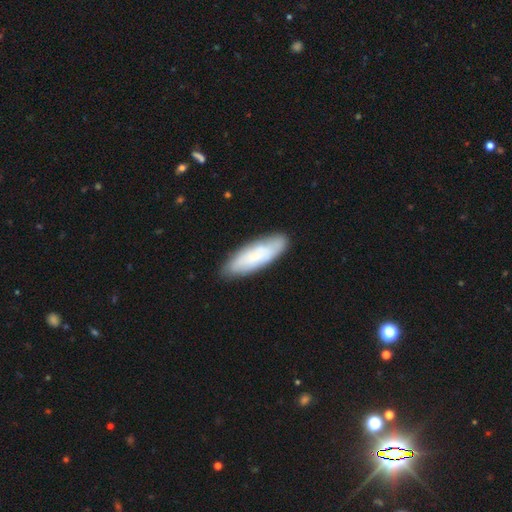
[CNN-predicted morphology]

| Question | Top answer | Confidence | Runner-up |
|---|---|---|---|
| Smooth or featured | smooth | 61% | featured or disk (32%) |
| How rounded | in between | 53% | cigar-shaped (46%) |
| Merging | none | 82% | minor disturbance (14%) |